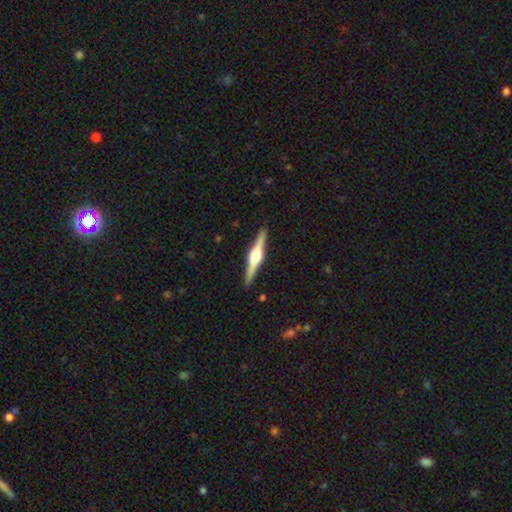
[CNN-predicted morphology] smooth_or_featured: featured or disk (p=0.82) [alt: smooth p=0.13]
disk_edge_on: yes (p=0.99) [alt: no p=0.01]
edge_on_bulge: rounded (p=0.93) [alt: boxy p=0.05]
merging: none (p=0.92) [alt: minor disturbance p=0.06]